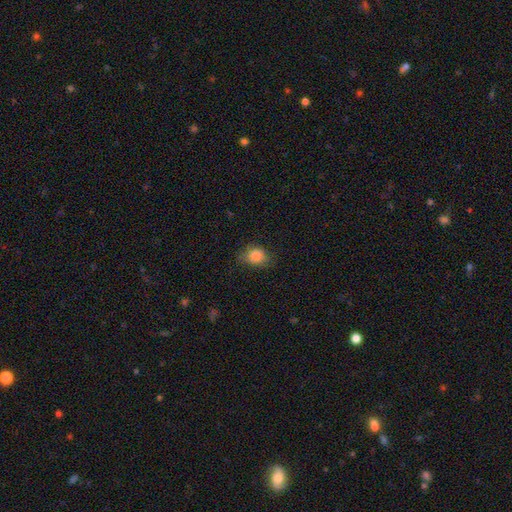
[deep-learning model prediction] This appears to be a smooth galaxy with no disk features (85%) that is round (54%). Merging: none (66%).